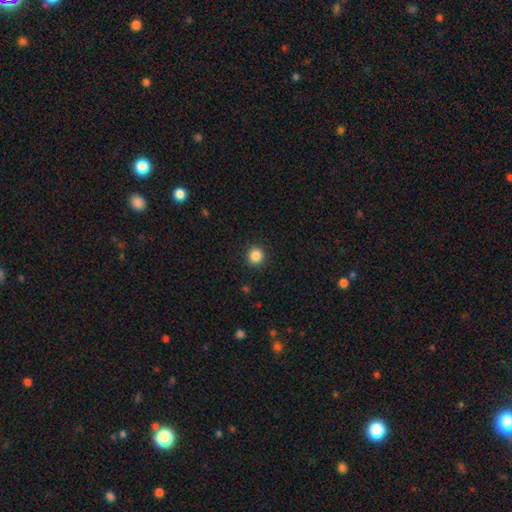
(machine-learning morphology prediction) This appears to be a smooth galaxy with no disk features (86%) that is round (94%). Merging: none (92%).